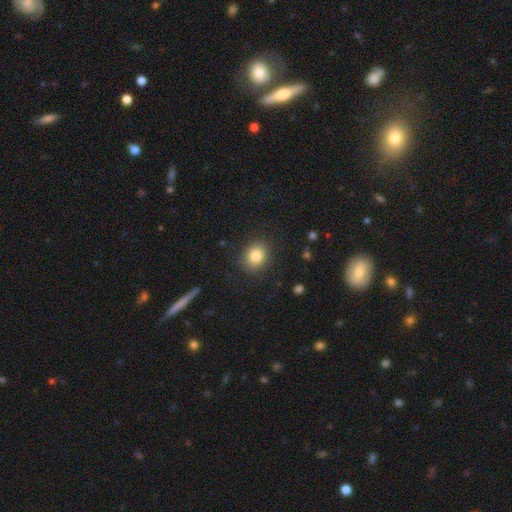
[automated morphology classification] type=smooth (82%); roundness=round (66%); merging=none (86%).